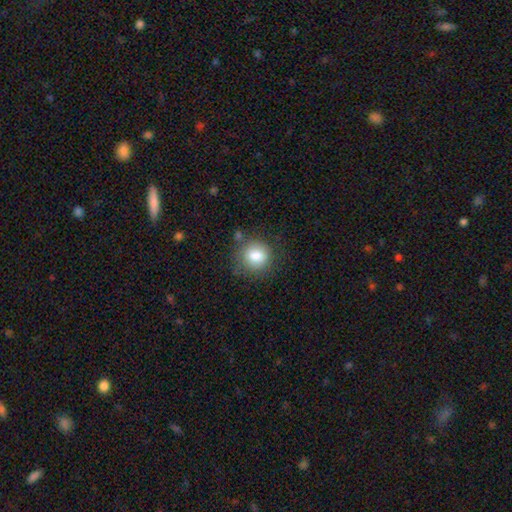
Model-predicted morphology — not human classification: The model was most divided on "merging": none: 77%, minor disturbance: 14%, major disturbance: 5%, merger: 4%. More confident: how rounded — round (88%); smooth or featured — smooth (82%).